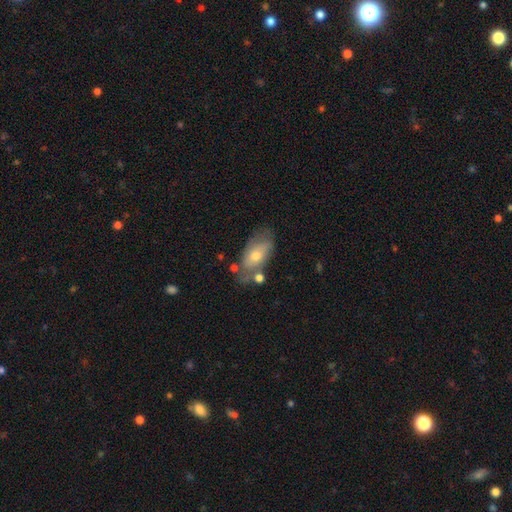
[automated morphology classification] Q: Smooth or featured?
A: smooth (54%); runner-up: featured or disk (39%)
Q: How rounded?
A: in between (88%); runner-up: cigar-shaped (6%)
Q: Merging?
A: none (49%); runner-up: minor disturbance (26%)